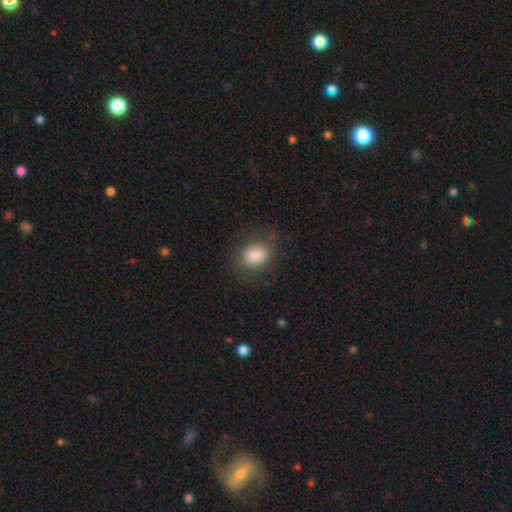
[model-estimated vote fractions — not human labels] This is clearly a smooth galaxy (84%). How rounded: likely in between (74%). Merging: likely none (72%).